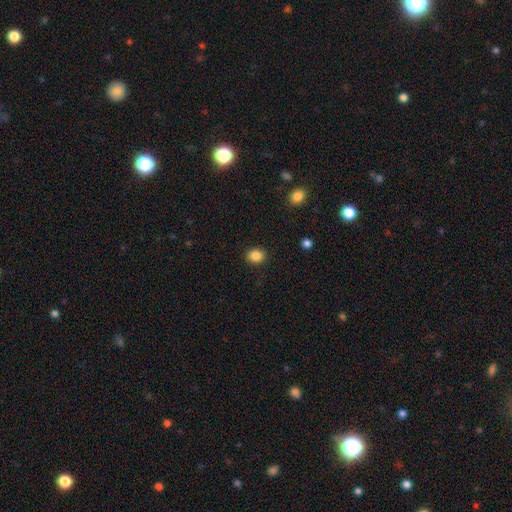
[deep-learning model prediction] smooth 86%, star or artifact 10%, featured or disk 4%. Down the decision tree: how rounded — round (62%); merging — none (90%).